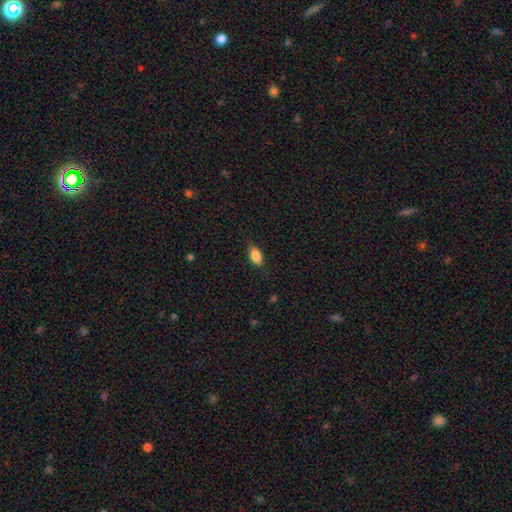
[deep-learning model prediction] A smooth galaxy with no disk features (83%) that is in between round and cigar-shaped (86%).

Vote fractions:
- Smooth or featured? smooth: 83% / featured or disk: 9% / star or artifact: 8%
- How rounded? in between: 86% / round: 8% / cigar-shaped: 6%
- Merging? none: 75% / minor disturbance: 20% / major disturbance: 4% / merger: 1%